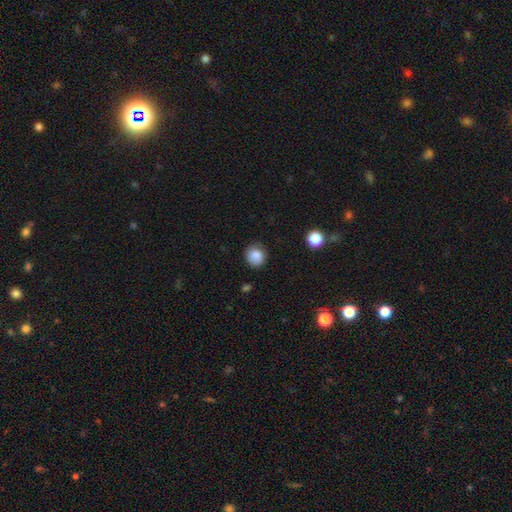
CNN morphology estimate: Smooth or featured?
  - smooth: 85% *
  - star or artifact: 9%
  - featured or disk: 5%
How rounded?
  - round: 84% *
  - in between: 15%
  - cigar-shaped: 1%
Merging?
  - none: 83% *
  - minor disturbance: 13%
  - major disturbance: 3%
  - merger: 1%